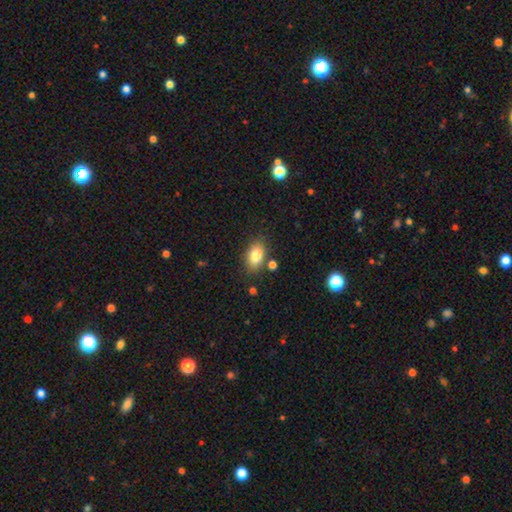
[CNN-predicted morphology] smooth_or_featured: smooth (p=0.82) [alt: featured or disk p=0.10]
how_rounded: in between (p=0.88) [alt: round p=0.10]
merging: none (p=0.79) [alt: minor disturbance p=0.12]